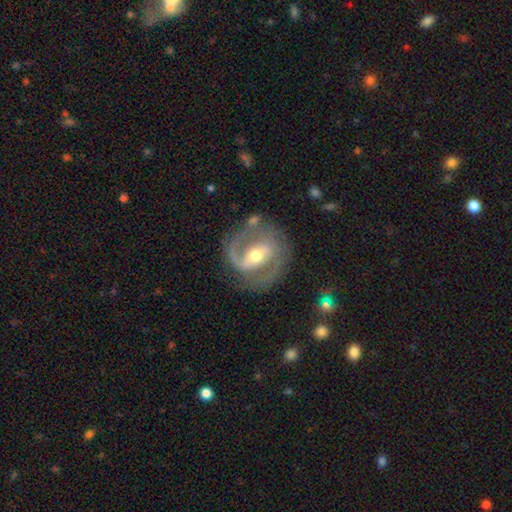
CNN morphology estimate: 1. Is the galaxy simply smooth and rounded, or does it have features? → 87% featured or disk, 8% smooth, 5% star or artifact.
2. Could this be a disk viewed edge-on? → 97% no, 3% yes.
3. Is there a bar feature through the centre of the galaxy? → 44% strong, 38% weak, 18% no.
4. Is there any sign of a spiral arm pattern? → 93% yes, 7% no.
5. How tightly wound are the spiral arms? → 53% medium, 28% tight, 18% loose.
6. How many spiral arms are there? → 79% 2, 13% 1, 4% can't tell, 2% 3, 1% 4, 1% more than 4.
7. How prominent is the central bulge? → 67% moderate, 27% small, 5% large, 1% none, 1% dominant.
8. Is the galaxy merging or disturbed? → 70% none, 17% minor disturbance, 10% major disturbance, 3% merger.